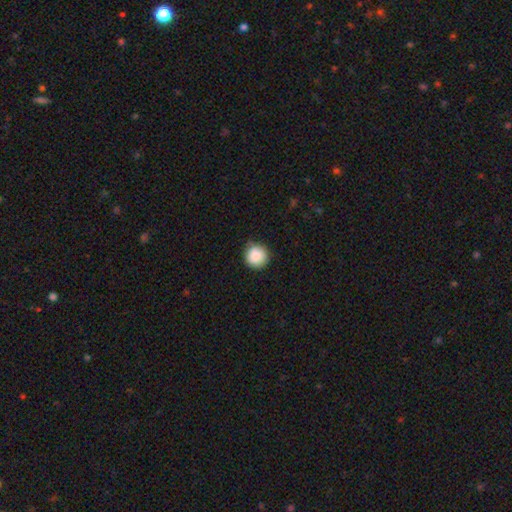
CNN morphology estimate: Smooth or featured: smooth — 88% (star or artifact — 8%)
How rounded: round — 95% (in between — 4%)
Merging: none — 82% (minor disturbance — 14%)